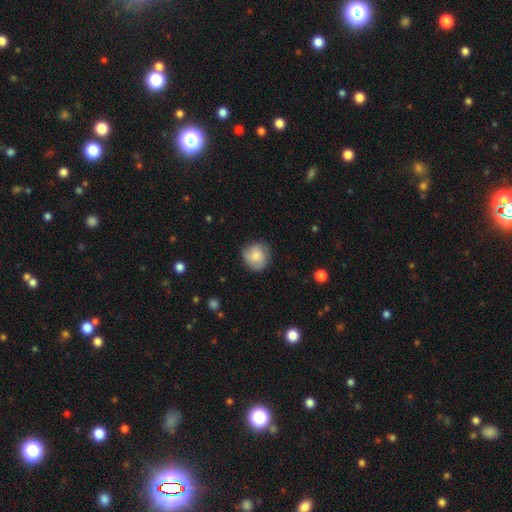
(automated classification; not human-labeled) Q: Smooth or featured?
A: smooth (78%); runner-up: featured or disk (15%)
Q: How rounded?
A: round (91%); runner-up: in between (8%)
Q: Merging?
A: none (79%); runner-up: minor disturbance (17%)